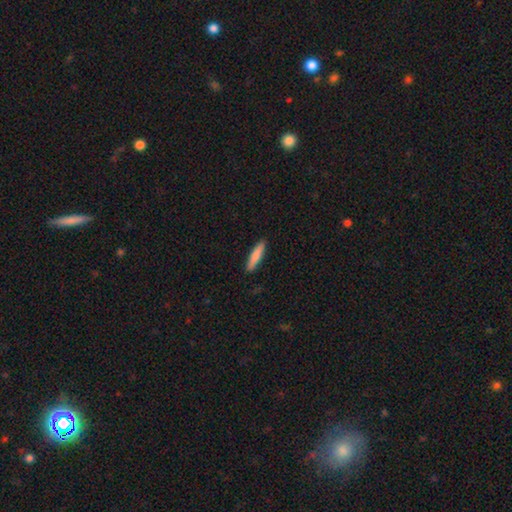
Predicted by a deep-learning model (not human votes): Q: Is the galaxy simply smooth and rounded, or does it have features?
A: smooth — 81%.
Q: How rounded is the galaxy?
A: cigar-shaped — 84%.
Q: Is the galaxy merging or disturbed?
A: none — 90%.